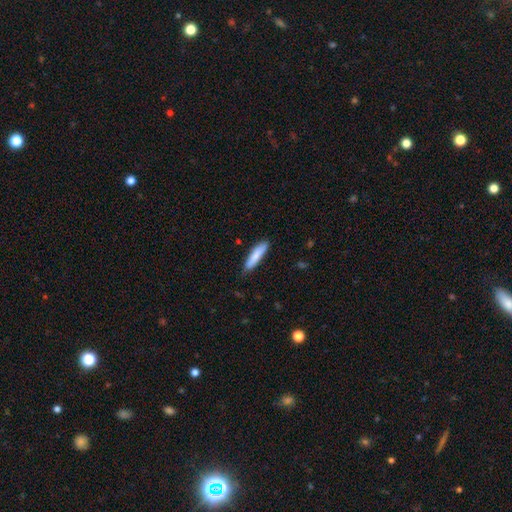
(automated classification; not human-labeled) Smooth or featured? smooth (82%)
How rounded? cigar-shaped (79%)
Merging? none (82%)